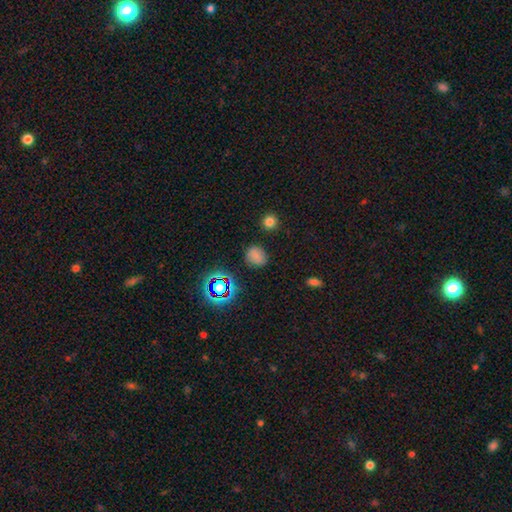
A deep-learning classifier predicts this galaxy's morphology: A smooth galaxy with no disk features (72%) that is round (59%). Merging: none (80%).